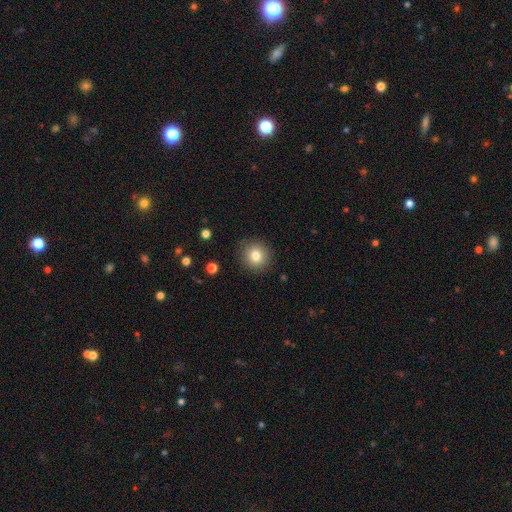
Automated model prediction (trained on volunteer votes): This is clearly a smooth galaxy (81%). How rounded: clearly round (91%). Merging: clearly none (89%).